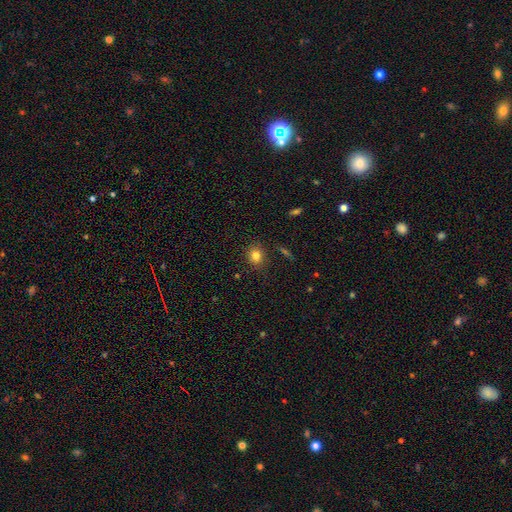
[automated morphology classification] The model was most divided on "how rounded": round: 76%, in between: 23%, cigar-shaped: 1%. More confident: merging — none (86%); smooth or featured — smooth (81%).